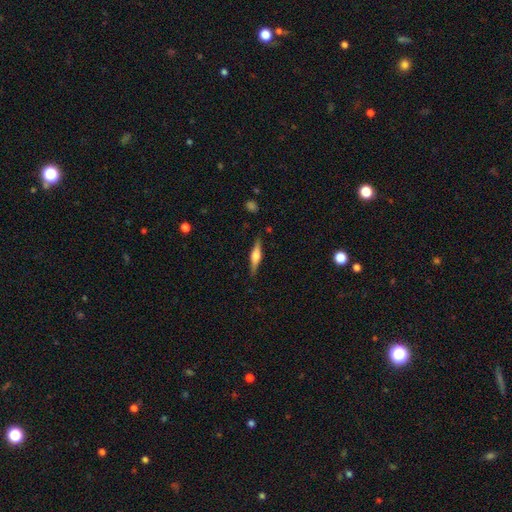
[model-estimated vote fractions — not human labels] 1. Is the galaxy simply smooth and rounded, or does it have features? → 65% featured or disk, 29% smooth, 6% star or artifact.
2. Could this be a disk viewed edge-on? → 97% yes, 3% no.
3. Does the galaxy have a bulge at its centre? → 85% rounded, 12% boxy, 3% none.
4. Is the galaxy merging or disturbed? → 88% none, 9% minor disturbance, 2% major disturbance, 1% merger.